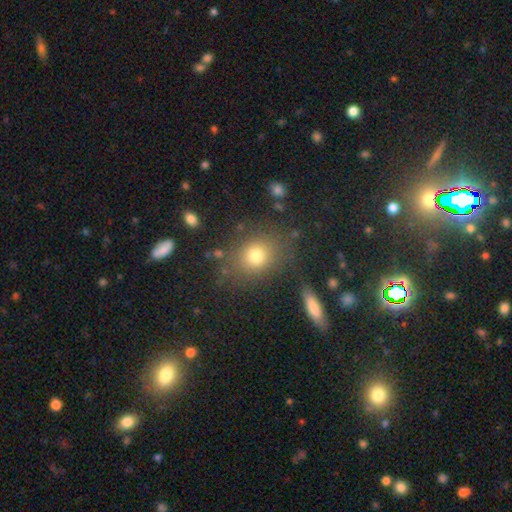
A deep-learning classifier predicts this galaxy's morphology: A smooth galaxy with no disk features (75%) that is round (55%). Merging: none (79%).